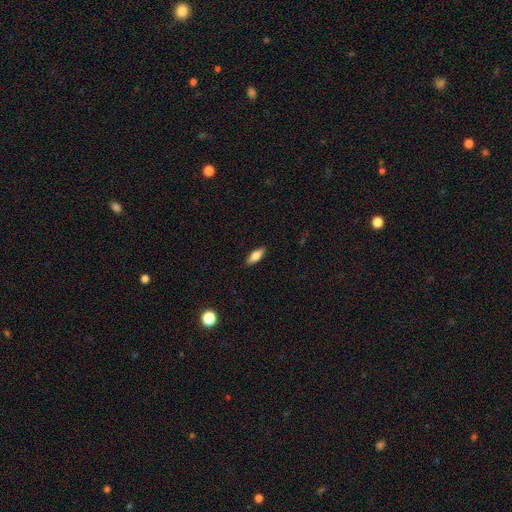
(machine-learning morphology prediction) type=smooth (70%); roundness=in between (69%); merging=none (89%).